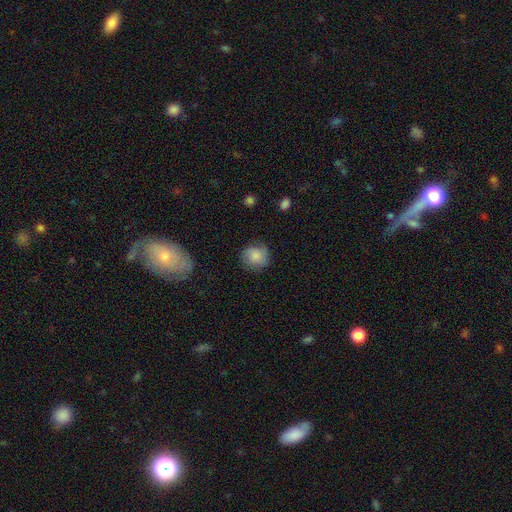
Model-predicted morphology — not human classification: The model was most divided on "merging": none: 75%, minor disturbance: 19%, major disturbance: 5%, merger: 1%. More confident: how rounded — round (86%); smooth or featured — smooth (83%).